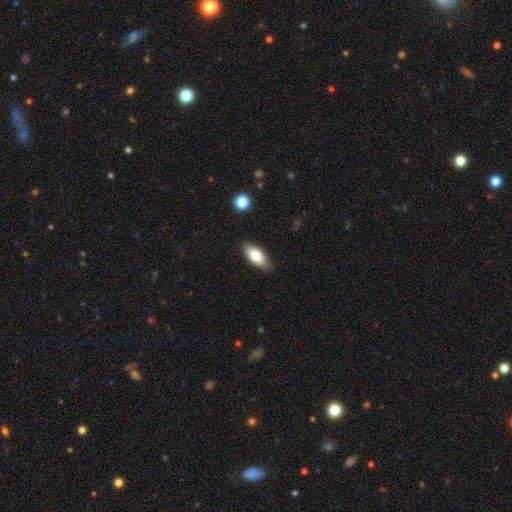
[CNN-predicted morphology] A smooth galaxy with no disk features (76%) that is in between round and cigar-shaped (86%). Merging: none (83%).